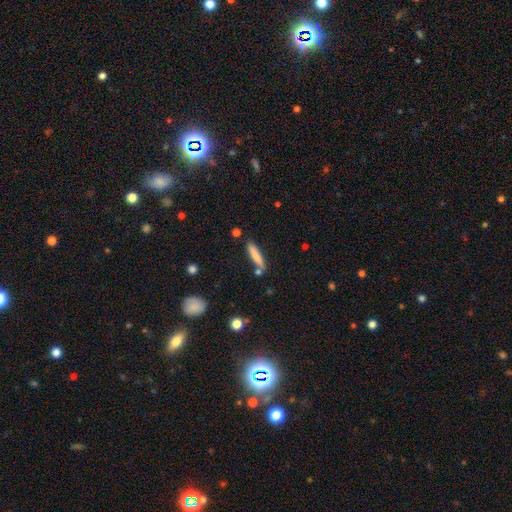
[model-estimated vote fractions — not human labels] This appears to be a smooth galaxy with no disk features (78%) that is cigar-shaped (87%). Merging: none (76%).